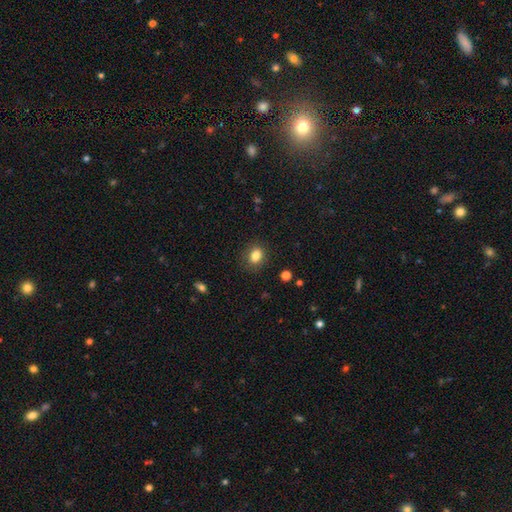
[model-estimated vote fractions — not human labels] smooth-or-featured: smooth: 84% | star or artifact: 10% | featured or disk: 6%
  how-rounded: in between: 54% | round: 45% | cigar-shaped: 1%
  merging: none: 85% | minor disturbance: 10% | major disturbance: 3% | merger: 1%